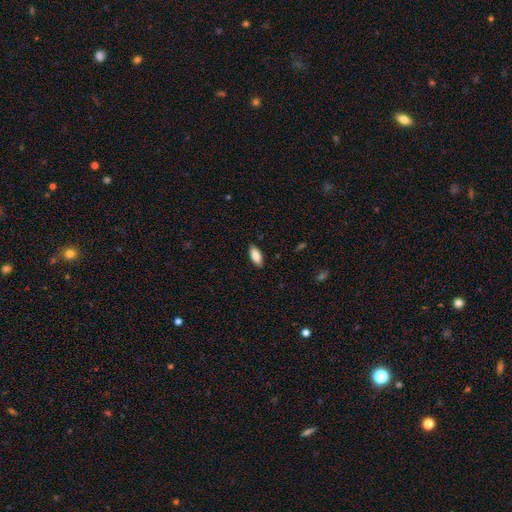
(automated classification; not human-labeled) Overall: smooth (85%). How rounded: in between (84%). Merging: none (87%).